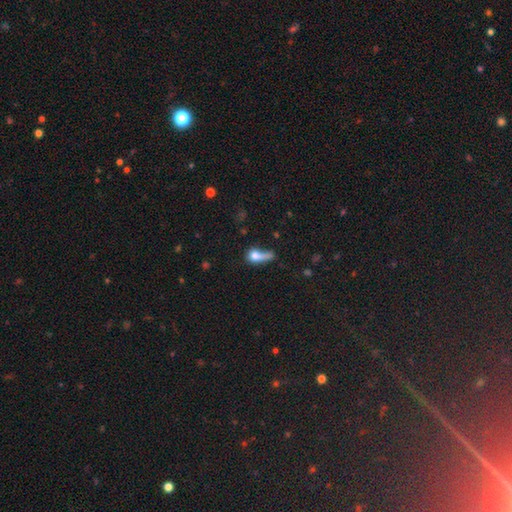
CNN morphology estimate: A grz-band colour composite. It shows a smooth galaxy with no disk features (66%) that is in between round and cigar-shaped (46%). Merging: major disturbance (36%).